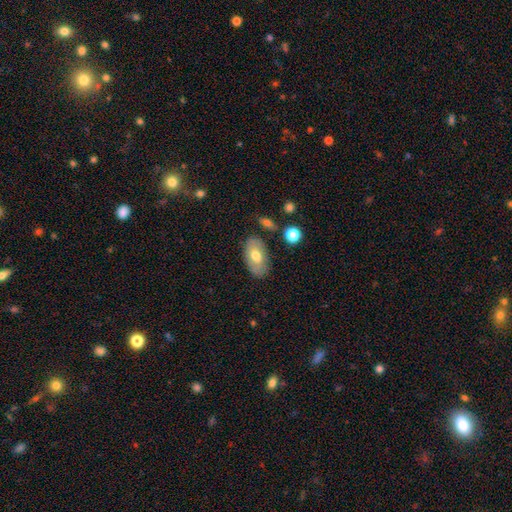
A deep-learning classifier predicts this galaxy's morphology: A smooth galaxy with no disk features (66%) that is in between round and cigar-shaped (93%). Merging: none (79%).